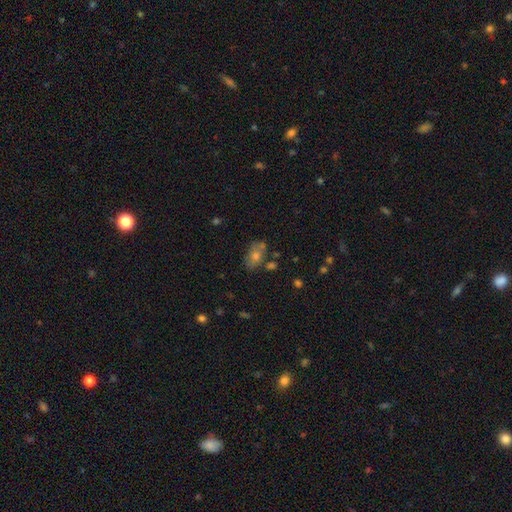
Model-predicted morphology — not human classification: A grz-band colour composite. It shows a smooth galaxy with no disk features (52%) that is in between round and cigar-shaped (79%). Merging: none (67%).